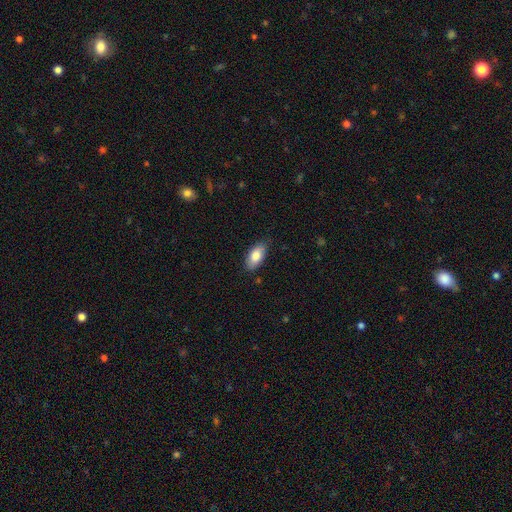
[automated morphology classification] smooth-or-featured: smooth: 82% | featured or disk: 12% | star or artifact: 6%
  how-rounded: in between: 91% | cigar-shaped: 6% | round: 3%
  merging: none: 82% | minor disturbance: 15% | major disturbance: 3% | merger: 1%